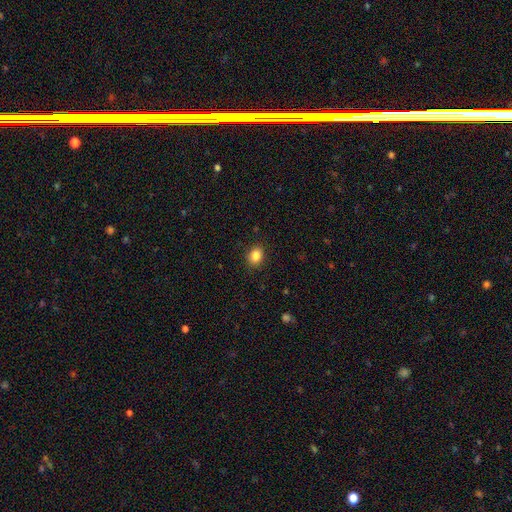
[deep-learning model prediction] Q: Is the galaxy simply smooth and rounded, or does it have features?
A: smooth — 85%.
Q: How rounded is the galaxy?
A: round — 57%.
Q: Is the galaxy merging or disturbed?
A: none — 89%.